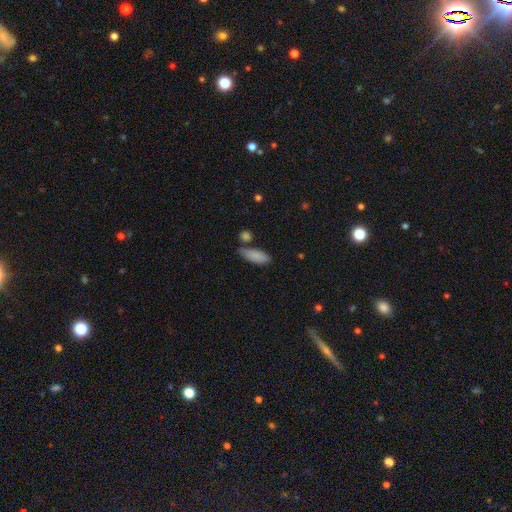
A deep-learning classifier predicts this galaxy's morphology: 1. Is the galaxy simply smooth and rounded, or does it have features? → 85% smooth, 8% featured or disk, 7% star or artifact.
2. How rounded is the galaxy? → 73% in between, 24% cigar-shaped, 2% round.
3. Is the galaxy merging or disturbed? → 60% none, 21% minor disturbance, 14% merger, 6% major disturbance.